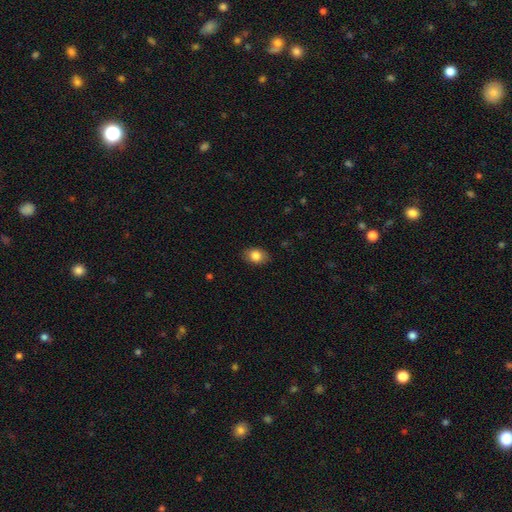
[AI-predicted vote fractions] The model was most divided on "how rounded": in between: 74%, round: 25%, cigar-shaped: 1%. More confident: merging — none (86%); smooth or featured — smooth (83%).